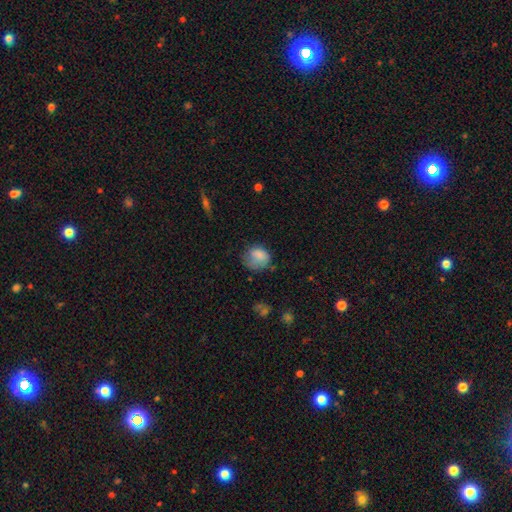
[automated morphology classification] Q: Smooth or featured?
A: smooth (80%); runner-up: featured or disk (12%)
Q: How rounded?
A: round (60%); runner-up: in between (39%)
Q: Merging?
A: none (45%); runner-up: minor disturbance (33%)